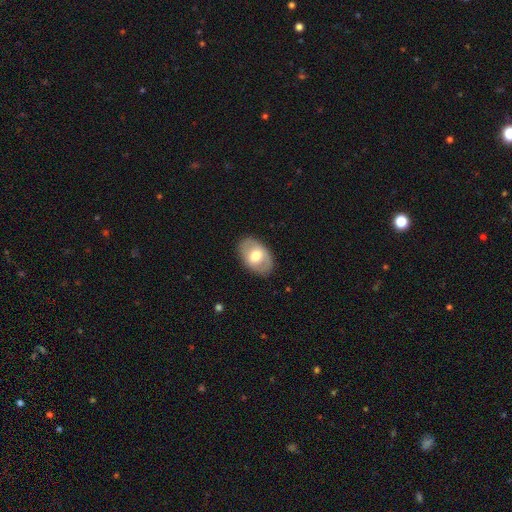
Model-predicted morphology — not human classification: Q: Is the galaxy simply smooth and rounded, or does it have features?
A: smooth — 53%.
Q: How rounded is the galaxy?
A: in between — 85%.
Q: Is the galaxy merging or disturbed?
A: none — 85%.